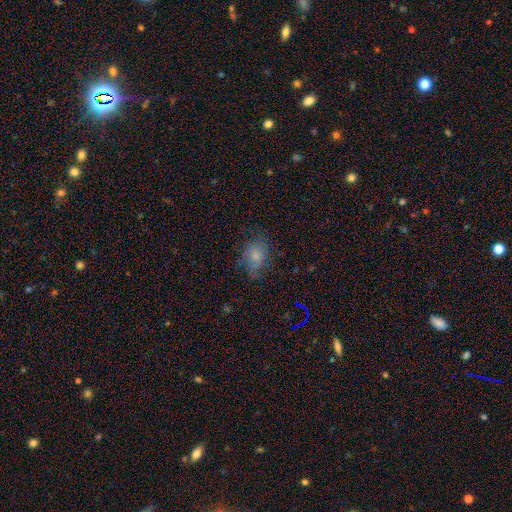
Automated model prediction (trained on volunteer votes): A smooth galaxy with no disk features (72%) that is in between round and cigar-shaped (76%).

Vote fractions:
- Smooth or featured? smooth: 72% / featured or disk: 16% / star or artifact: 12%
- How rounded? in between: 76% / round: 23% / cigar-shaped: 2%
- Merging? none: 62% / minor disturbance: 26% / major disturbance: 11% / merger: 1%